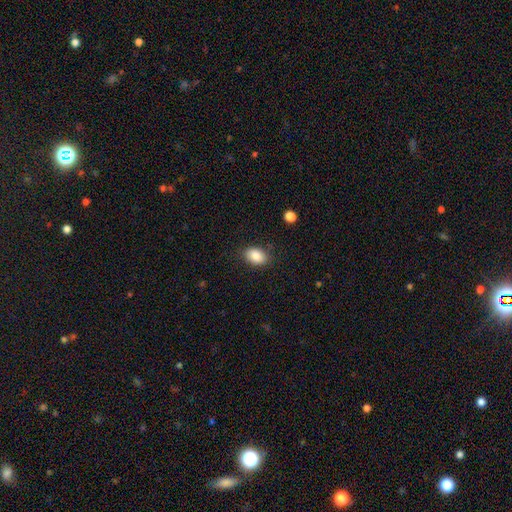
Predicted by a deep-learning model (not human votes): Smooth or featured: smooth — 87% (star or artifact — 8%)
How rounded: in between — 81% (round — 18%)
Merging: none — 83% (minor disturbance — 12%)